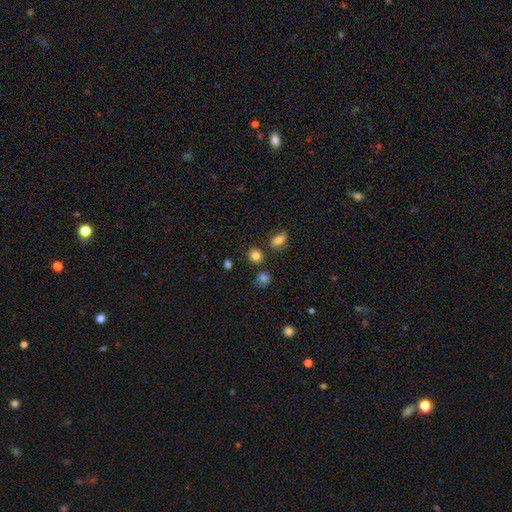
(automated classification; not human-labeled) Overall: smooth (82%). How rounded: round (77%). Merging: none (78%).